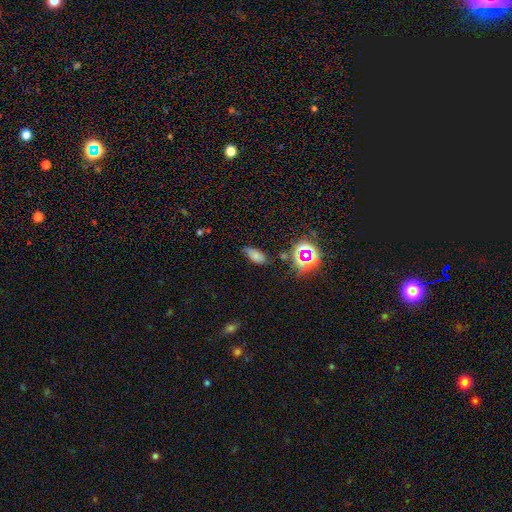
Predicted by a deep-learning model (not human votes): smooth_or_featured: smooth (p=0.67) [alt: star or artifact p=0.21]
how_rounded: in between (p=0.87) [alt: cigar-shaped p=0.07]
merging: none (p=0.70) [alt: minor disturbance p=0.21]